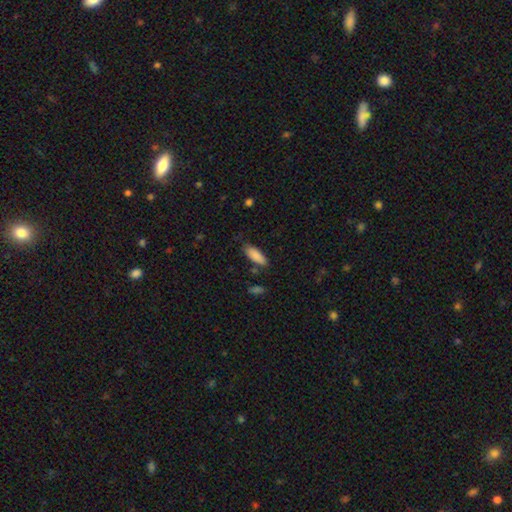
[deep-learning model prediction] Overall: smooth (88%). How rounded: in between (70%). Merging: none (77%).